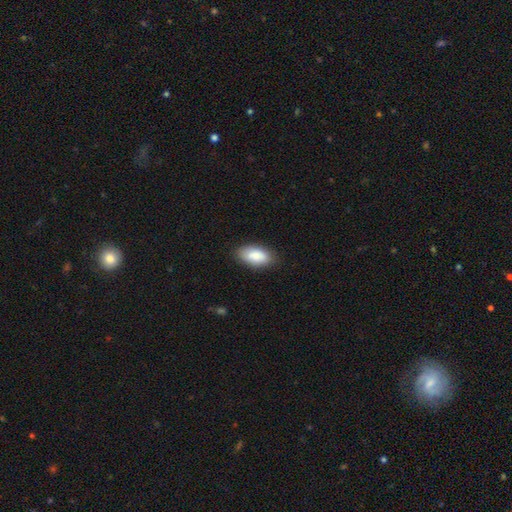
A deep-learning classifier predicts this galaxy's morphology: smooth 87%, featured or disk 7%, star or artifact 6%. Down the decision tree: how rounded — in between (93%); merging — none (84%).